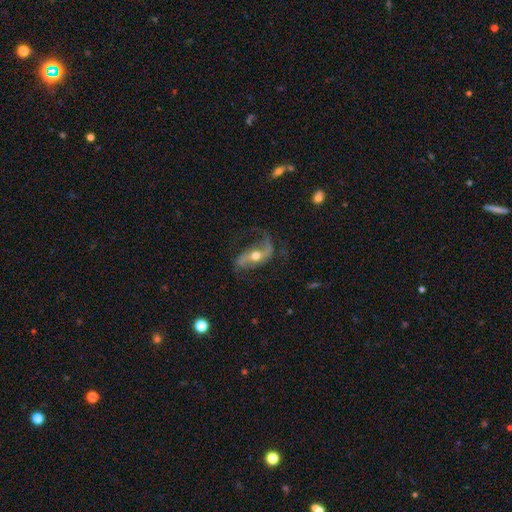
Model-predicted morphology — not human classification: Smooth or featured: featured or disk — 84% (smooth — 9%)
Edge-on disk: no — 93% (yes — 7%)
Bar: no — 35% (strong — 33%)
Spiral arms: yes — 94% (no — 6%)
Spiral winding: loose — 68% (medium — 25%)
Spiral arm count: 2 — 88% (1 — 6%)
Bulge size: moderate — 70% (small — 23%)
Merging: none — 63% (minor disturbance — 19%)